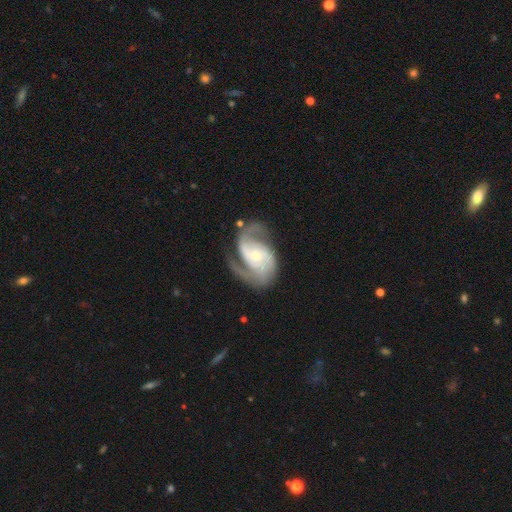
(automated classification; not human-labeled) smooth_or_featured: featured or disk (p=0.90) [alt: smooth p=0.06]
disk_edge_on: no (p=0.98) [alt: yes p=0.02]
bar: no (p=0.57) [alt: weak p=0.32]
has_spiral_arms: yes (p=0.97) [alt: no p=0.03]
spiral_winding: medium (p=0.51) [alt: tight p=0.29]
spiral_arm_count: 2 (p=0.68) [alt: 3 p=0.16]
bulge_size: small (p=0.61) [alt: moderate p=0.33]
merging: none (p=0.62) [alt: minor disturbance p=0.20]